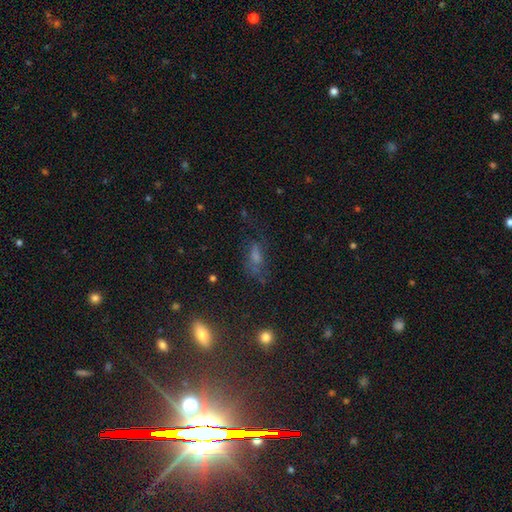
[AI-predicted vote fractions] A smooth galaxy with no disk features (39%).

Vote fractions:
- Smooth or featured? smooth: 39% / featured or disk: 31% / star or artifact: 30%
- Merging? none: 52% / major disturbance: 22% / minor disturbance: 21% / merger: 5%